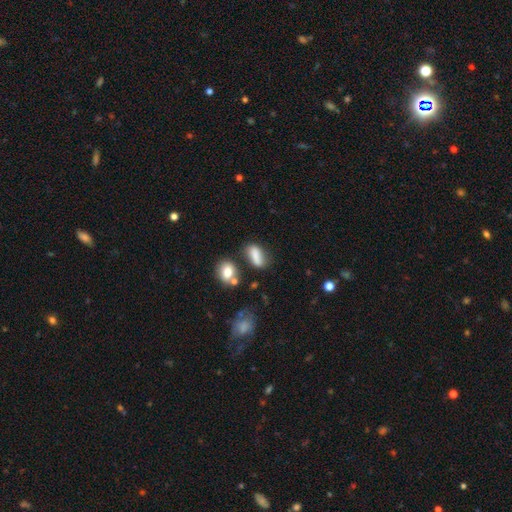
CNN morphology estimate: Smooth or featured?
  - smooth: 79% *
  - featured or disk: 11%
  - star or artifact: 10%
How rounded?
  - in between: 77% *
  - cigar-shaped: 15%
  - round: 9%
Merging?
  - none: 55% *
  - minor disturbance: 24%
  - merger: 12%
  - major disturbance: 9%